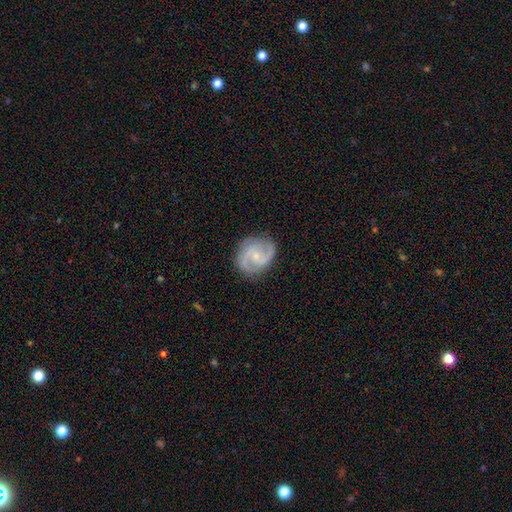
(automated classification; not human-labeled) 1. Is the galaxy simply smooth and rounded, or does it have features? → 86% featured or disk, 9% smooth, 5% star or artifact.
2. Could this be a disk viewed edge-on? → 98% no, 2% yes.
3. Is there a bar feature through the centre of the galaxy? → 51% no, 41% weak, 7% strong.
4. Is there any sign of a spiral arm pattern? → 97% yes, 3% no.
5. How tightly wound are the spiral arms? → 56% medium, 29% tight, 15% loose.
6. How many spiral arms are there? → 86% 2, 5% 3, 4% can't tell, 2% 1, 1% 4, 1% more than 4.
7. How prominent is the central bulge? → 66% small, 28% moderate, 4% none, 1% large, 1% dominant.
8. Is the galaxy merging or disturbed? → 82% none, 13% minor disturbance, 4% major disturbance, 1% merger.